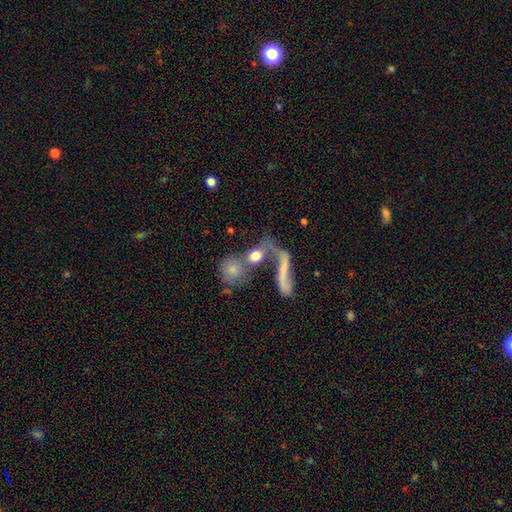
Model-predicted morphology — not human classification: Smooth or featured: smooth — 68% (featured or disk — 22%)
How rounded: in between — 43% (round — 42%)
Merging: merger — 52% (none — 25%)